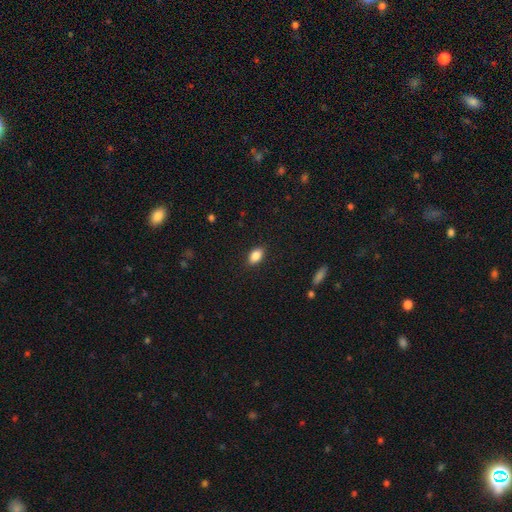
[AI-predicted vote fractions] Smooth or featured? Predicted: smooth (p=0.86). How rounded? Predicted: in between (p=0.88). Merging? Predicted: none (p=0.88).